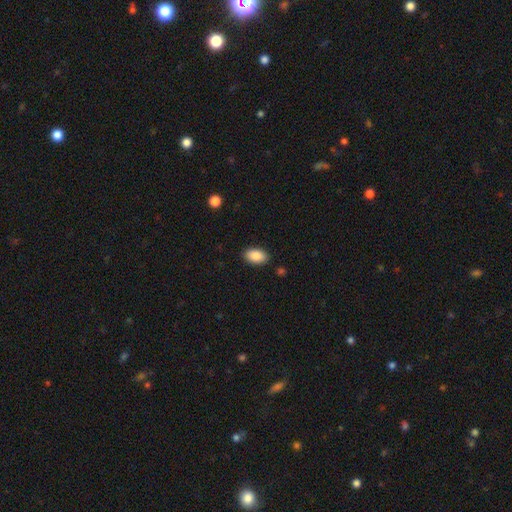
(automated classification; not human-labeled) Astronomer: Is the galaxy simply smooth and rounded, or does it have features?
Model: smooth — 87%.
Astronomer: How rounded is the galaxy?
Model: in between — 93%.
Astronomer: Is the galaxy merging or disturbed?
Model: none — 88%.